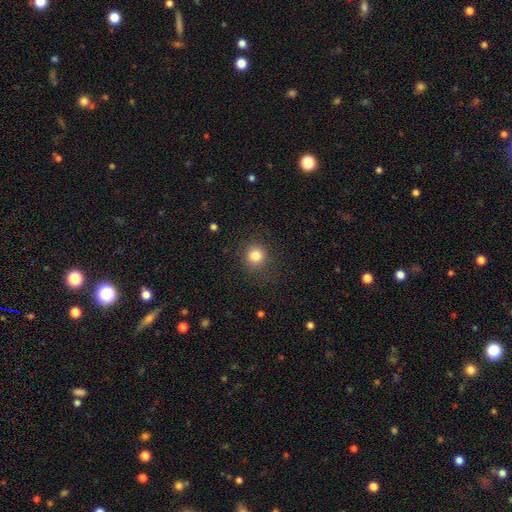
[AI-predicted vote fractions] Smooth or featured: smooth — 83% (star or artifact — 12%)
How rounded: round — 90% (in between — 9%)
Merging: none — 86% (minor disturbance — 9%)